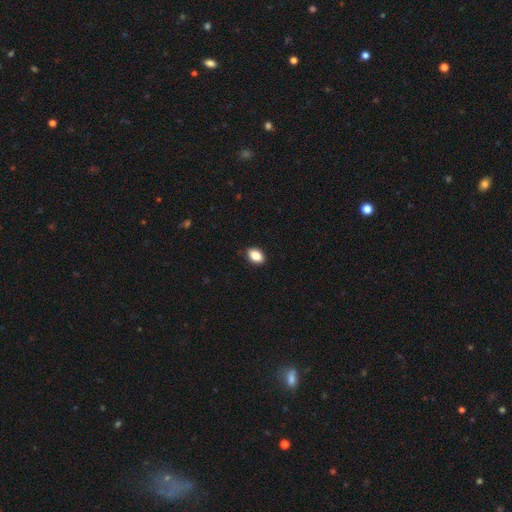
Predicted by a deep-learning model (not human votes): smooth-or-featured: smooth: 85% | star or artifact: 8% | featured or disk: 7%
  how-rounded: in between: 86% | round: 12% | cigar-shaped: 2%
  merging: none: 88% | minor disturbance: 9% | major disturbance: 2% | merger: 1%